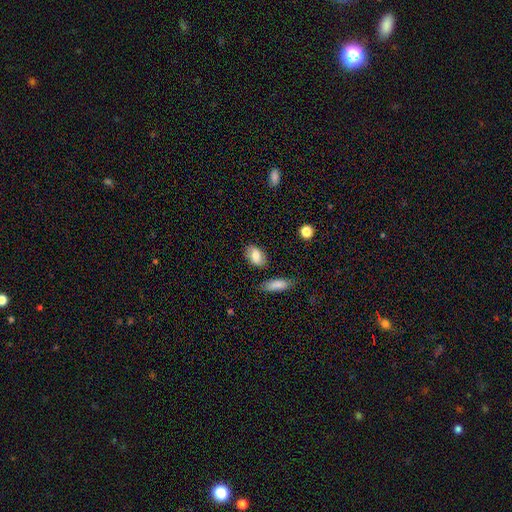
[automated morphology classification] Smooth or featured?
  - smooth: 78% *
  - featured or disk: 14%
  - star or artifact: 7%
How rounded?
  - in between: 85% *
  - round: 13%
  - cigar-shaped: 3%
Merging?
  - none: 80% *
  - minor disturbance: 14%
  - major disturbance: 3%
  - merger: 3%